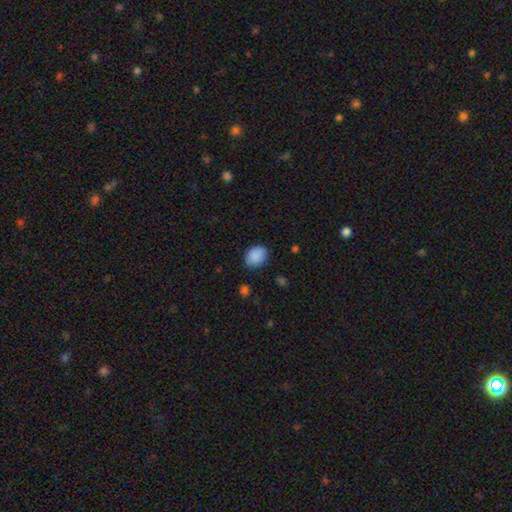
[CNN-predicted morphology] smooth_or_featured: smooth (p=0.88) [alt: star or artifact p=0.08]
how_rounded: round (p=0.50) [alt: in between p=0.49]
merging: none (p=0.78) [alt: minor disturbance p=0.17]